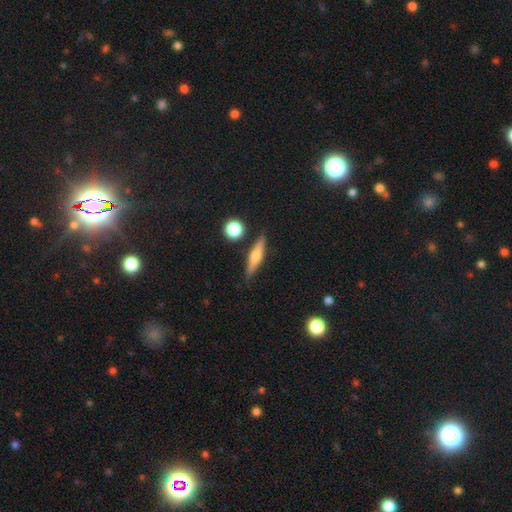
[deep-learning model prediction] A featured or disk galaxy (50%) viewed edge-on (94%). Merging: none (83%).